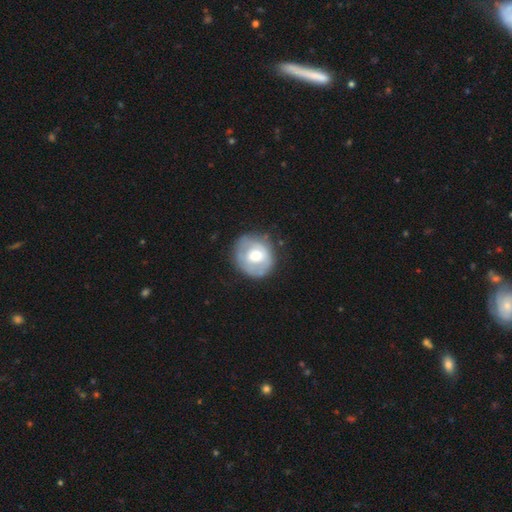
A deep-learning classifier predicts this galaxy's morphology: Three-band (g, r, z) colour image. It shows a smooth galaxy with no disk features (48%). Merging: none (69%).